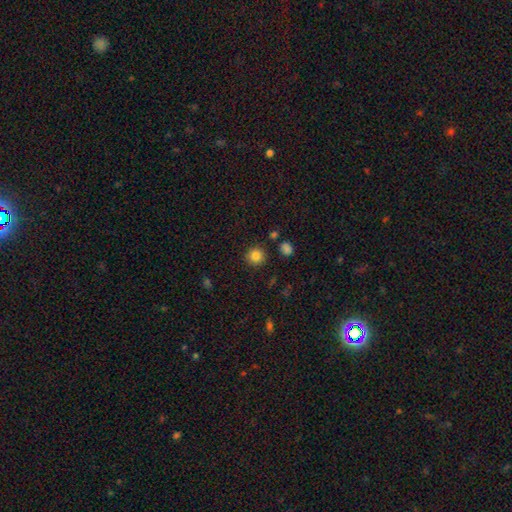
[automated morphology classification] smooth-or-featured: smooth: 83% | star or artifact: 11% | featured or disk: 6%
  how-rounded: round: 93% | in between: 6% | cigar-shaped: 1%
  merging: none: 89% | minor disturbance: 7% | merger: 2% | major disturbance: 2%